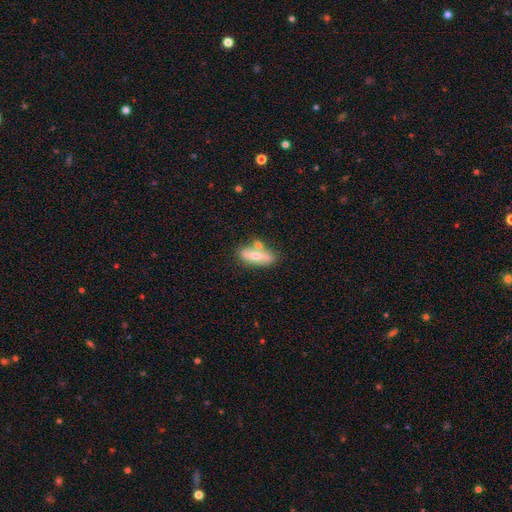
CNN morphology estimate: Smooth or featured?
  - smooth: 58% *
  - featured or disk: 35%
  - star or artifact: 7%
How rounded?
  - in between: 66% *
  - cigar-shaped: 29%
  - round: 4%
Merging?
  - none: 63% *
  - merger: 19%
  - minor disturbance: 14%
  - major disturbance: 4%